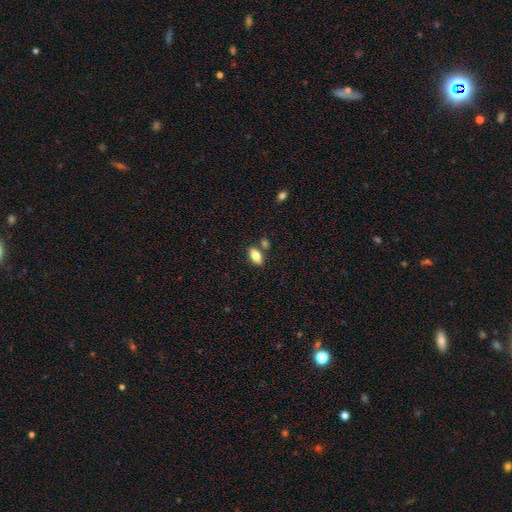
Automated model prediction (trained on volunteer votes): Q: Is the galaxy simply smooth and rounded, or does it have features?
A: smooth — 79%.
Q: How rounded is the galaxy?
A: in between — 88%.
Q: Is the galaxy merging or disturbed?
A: none — 77%.